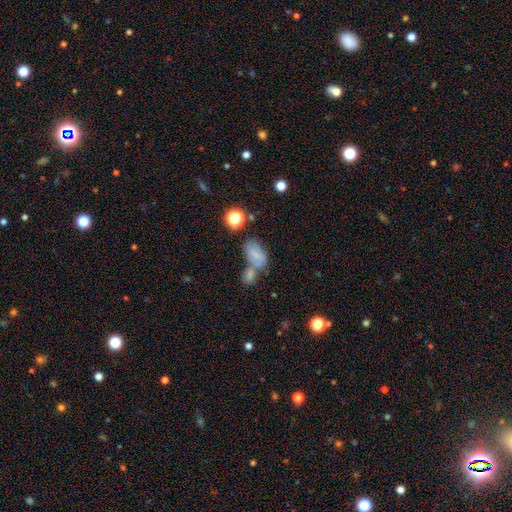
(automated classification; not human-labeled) A smooth galaxy with no disk features (70%) that is in between round and cigar-shaped (89%).

Vote fractions:
- Smooth or featured? smooth: 70% / featured or disk: 16% / star or artifact: 14%
- How rounded? in between: 89% / round: 8% / cigar-shaped: 3%
- Merging? merger: 42% / none: 36% / minor disturbance: 14% / major disturbance: 7%